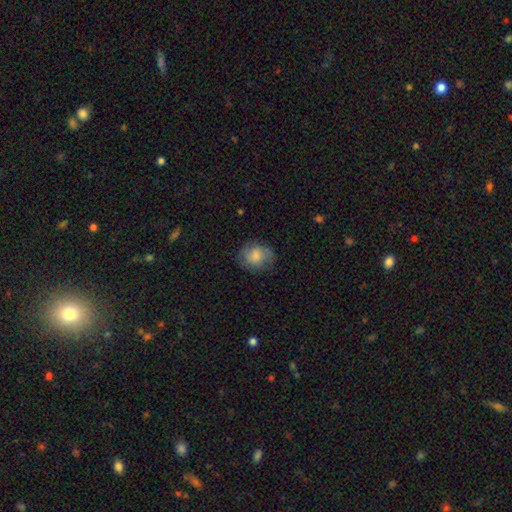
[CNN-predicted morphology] A smooth galaxy with no disk features (70%) that is round (65%). Merging: none (70%).